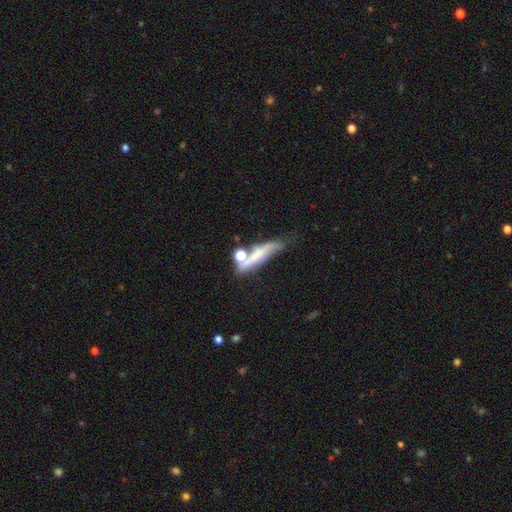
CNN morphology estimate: smooth_or_featured: smooth (p=0.53) [alt: featured or disk p=0.34]
how_rounded: cigar-shaped (p=0.61) [alt: in between p=0.29]
merging: none (p=0.33) [alt: minor disturbance p=0.23]